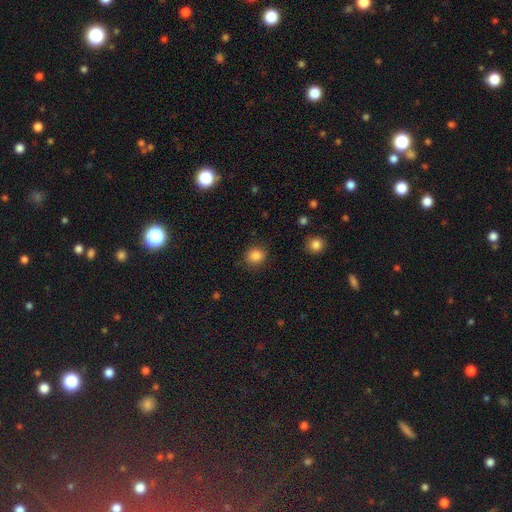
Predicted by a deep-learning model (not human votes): Overall: smooth (85%). How rounded: round (78%). Merging: none (85%).